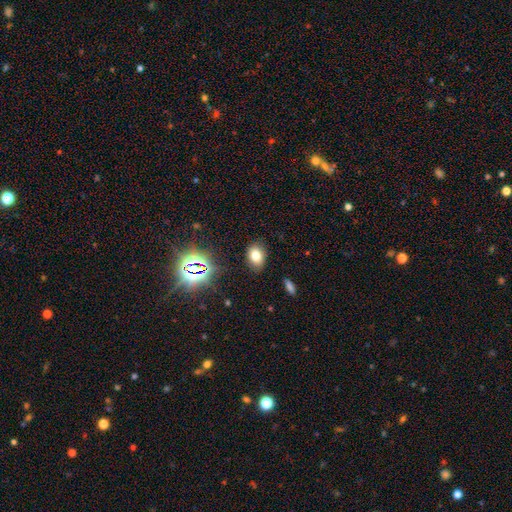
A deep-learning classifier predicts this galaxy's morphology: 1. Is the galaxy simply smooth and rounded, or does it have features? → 73% smooth, 17% star or artifact, 10% featured or disk.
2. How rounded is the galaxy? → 78% in between, 21% round, 1% cigar-shaped.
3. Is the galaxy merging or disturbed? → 84% none, 11% minor disturbance, 3% major disturbance, 2% merger.